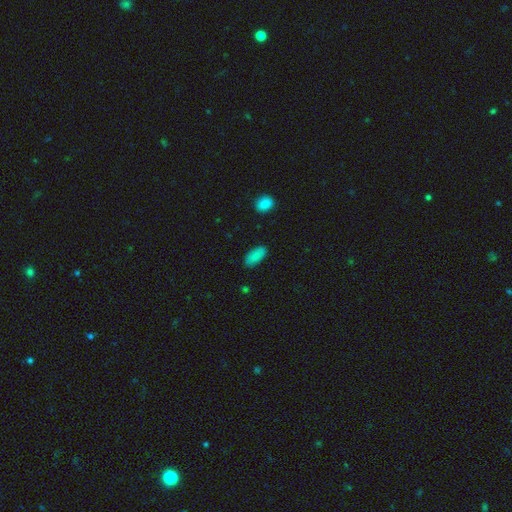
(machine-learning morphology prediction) This is clearly a smooth galaxy (87%). How rounded: clearly in between (91%). Merging: clearly none (86%).